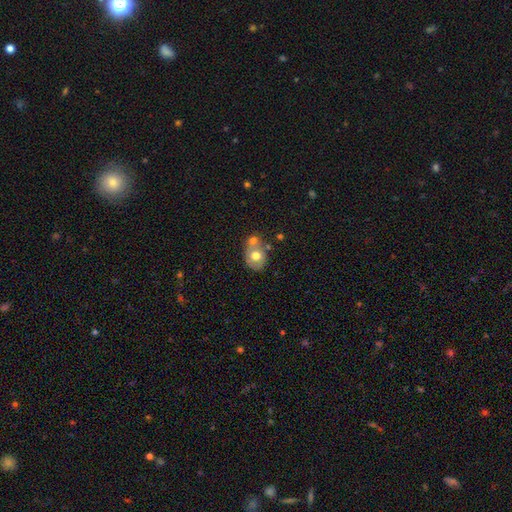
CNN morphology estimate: type=smooth (64%); roundness=round (52%); merging=merger (43%).